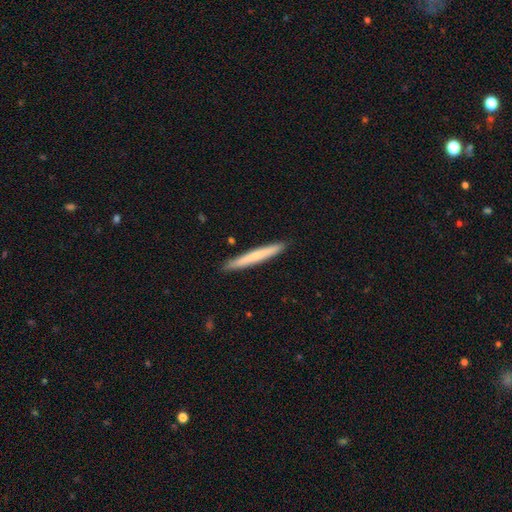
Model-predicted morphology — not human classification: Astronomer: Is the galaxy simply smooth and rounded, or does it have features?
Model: smooth — 67%.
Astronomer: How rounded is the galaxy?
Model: cigar-shaped — 97%.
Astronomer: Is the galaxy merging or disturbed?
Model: none — 92%.